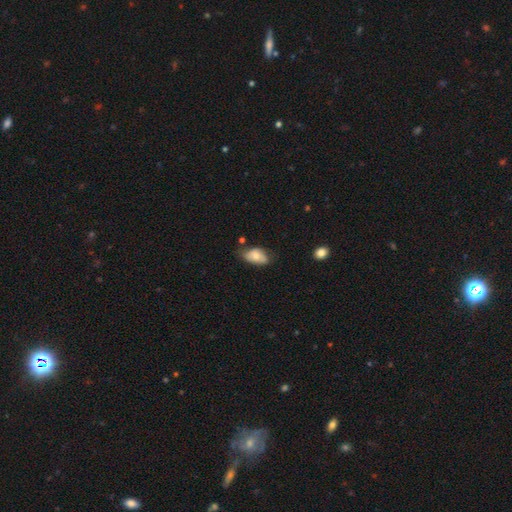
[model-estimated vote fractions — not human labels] Smooth or featured? Predicted: smooth (p=0.72). How rounded? Predicted: in between (p=0.91). Merging? Predicted: none (p=0.57).